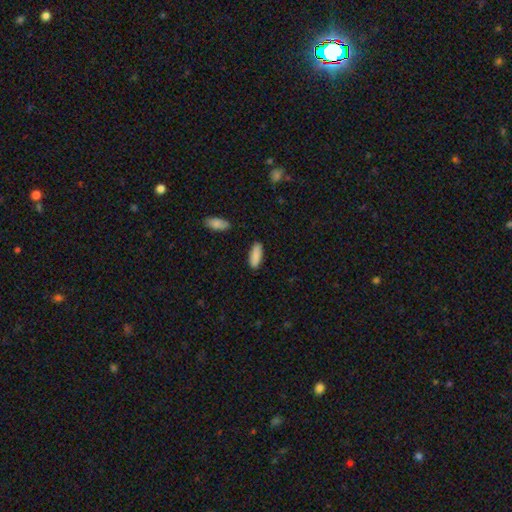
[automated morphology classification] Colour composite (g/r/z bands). It shows a smooth galaxy with no disk features (89%) that is in between round and cigar-shaped (68%). Merging: none (86%).